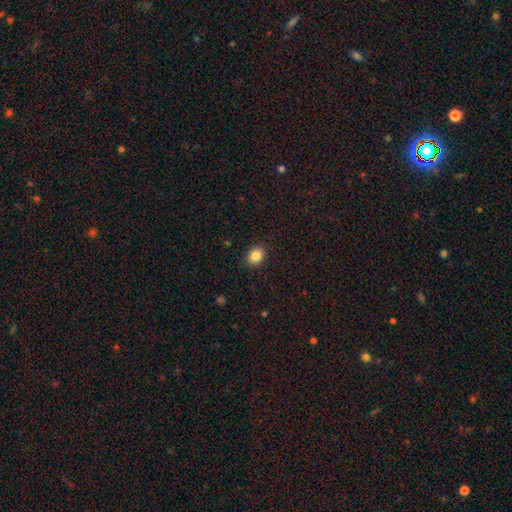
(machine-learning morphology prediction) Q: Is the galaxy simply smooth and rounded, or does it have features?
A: smooth — 85%.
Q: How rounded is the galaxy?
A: in between — 53%.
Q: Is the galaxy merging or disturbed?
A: none — 89%.